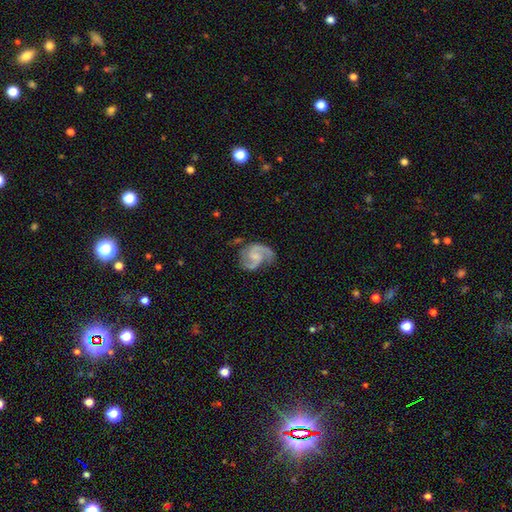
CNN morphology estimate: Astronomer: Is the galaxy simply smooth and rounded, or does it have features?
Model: featured or disk — 88%.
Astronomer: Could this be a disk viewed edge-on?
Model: no — 98%.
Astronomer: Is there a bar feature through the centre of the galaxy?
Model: no — 46% (runner-up: weak, 45%).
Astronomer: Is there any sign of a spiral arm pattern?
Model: yes — 97%.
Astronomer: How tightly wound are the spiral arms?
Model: medium — 57%.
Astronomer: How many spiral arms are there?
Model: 2 — 90%.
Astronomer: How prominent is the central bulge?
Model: none — 37% (runner-up: small, 35%).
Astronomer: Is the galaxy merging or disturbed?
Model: none — 66%.